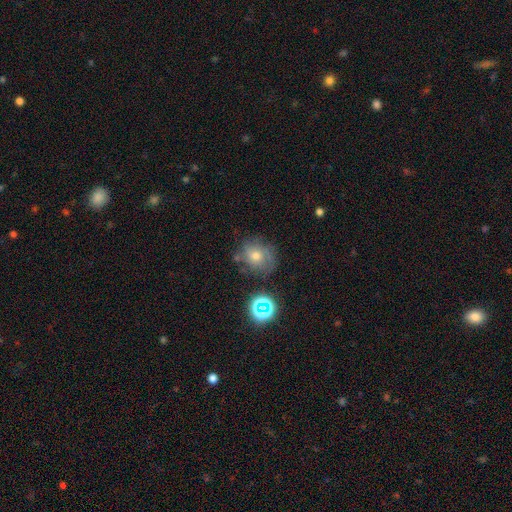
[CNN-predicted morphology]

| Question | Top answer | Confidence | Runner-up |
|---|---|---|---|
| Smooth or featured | smooth | 42% | featured or disk (34%) |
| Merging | none | 67% | minor disturbance (20%) |